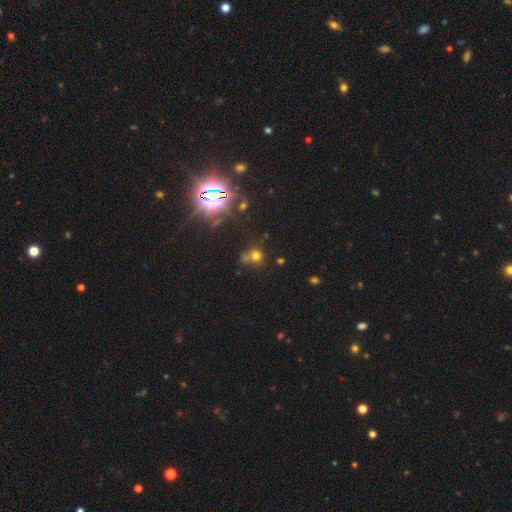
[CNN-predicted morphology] This is possibly a smooth galaxy (60%). How rounded: clearly round (85%). Merging: possibly none (54%).